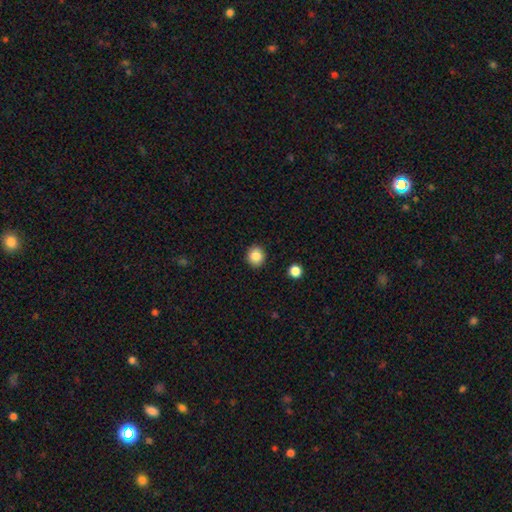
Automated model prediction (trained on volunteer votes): A smooth galaxy with no disk features (85%) that is round (87%). Merging: none (91%).